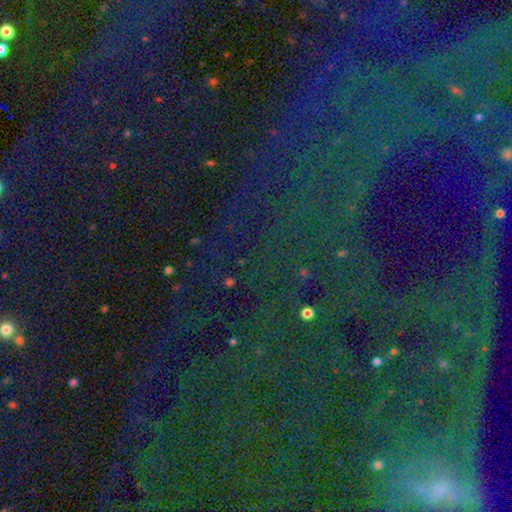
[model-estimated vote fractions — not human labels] star or artifact 84%, smooth 8%, featured or disk 8%.